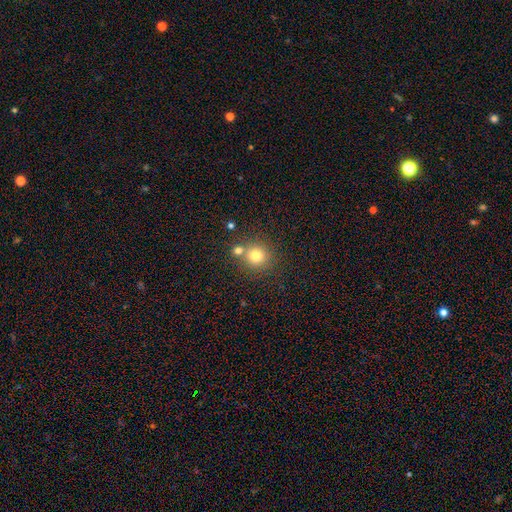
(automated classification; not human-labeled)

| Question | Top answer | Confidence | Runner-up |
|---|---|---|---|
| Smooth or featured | smooth | 77% | star or artifact (14%) |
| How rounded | round | 91% | in between (8%) |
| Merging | none | 68% | merger (22%) |